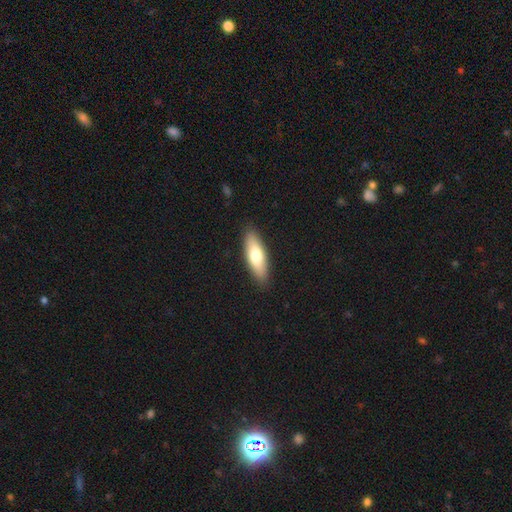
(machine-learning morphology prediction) A smooth galaxy with no disk features (70%) that is in between round and cigar-shaped (54%).

Vote fractions:
- Smooth or featured? smooth: 70% / featured or disk: 24% / star or artifact: 5%
- How rounded? in between: 54% / cigar-shaped: 44% / round: 2%
- Merging? none: 89% / minor disturbance: 8% / major disturbance: 2% / merger: 1%